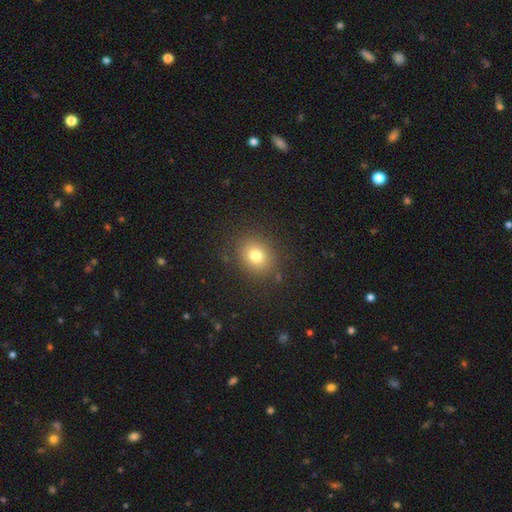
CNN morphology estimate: Smooth or featured: smooth — 77% (star or artifact — 13%)
How rounded: round — 67% (in between — 33%)
Merging: none — 86% (minor disturbance — 9%)